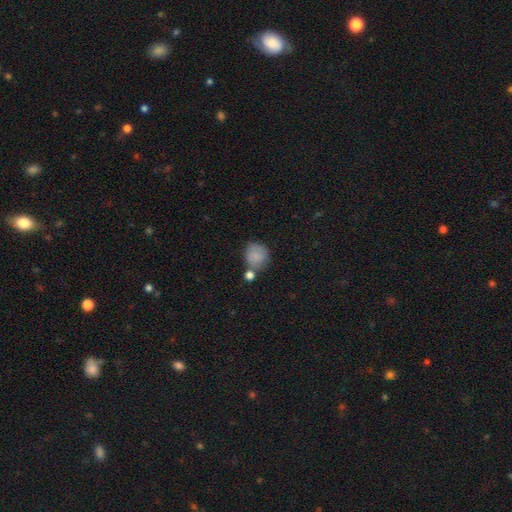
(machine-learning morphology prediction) Overall: smooth (82%). How rounded: round (81%). Merging: none (55%; merger 21%).